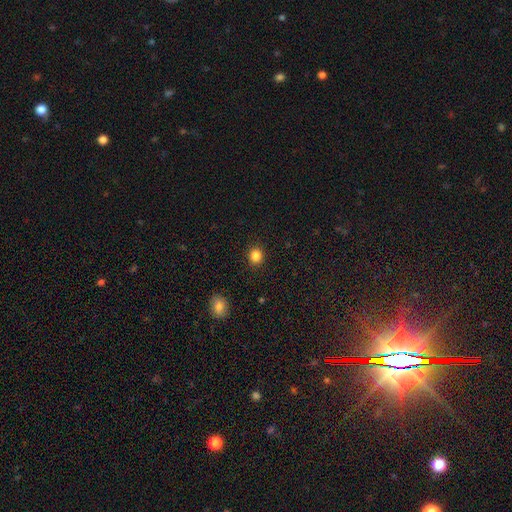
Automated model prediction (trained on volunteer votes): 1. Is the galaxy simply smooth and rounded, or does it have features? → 85% smooth, 11% star or artifact, 4% featured or disk.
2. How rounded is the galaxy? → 77% round, 22% in between, 1% cigar-shaped.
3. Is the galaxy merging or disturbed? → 91% none, 6% minor disturbance, 2% major disturbance, 1% merger.